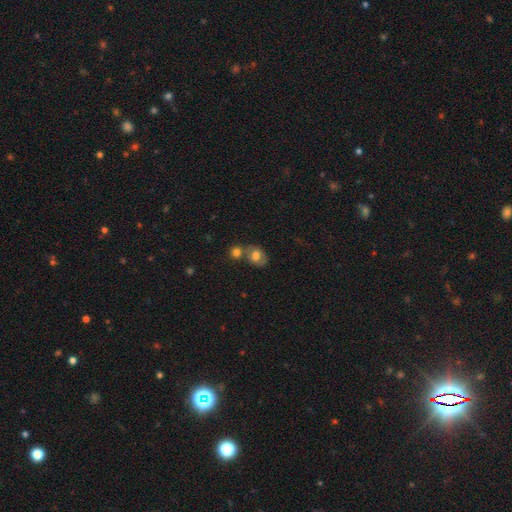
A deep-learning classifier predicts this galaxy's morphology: smooth_or_featured: smooth (p=0.71) [alt: featured or disk p=0.19]
how_rounded: in between (p=0.53) [alt: round p=0.46]
merging: none (p=0.46) [alt: merger p=0.37]